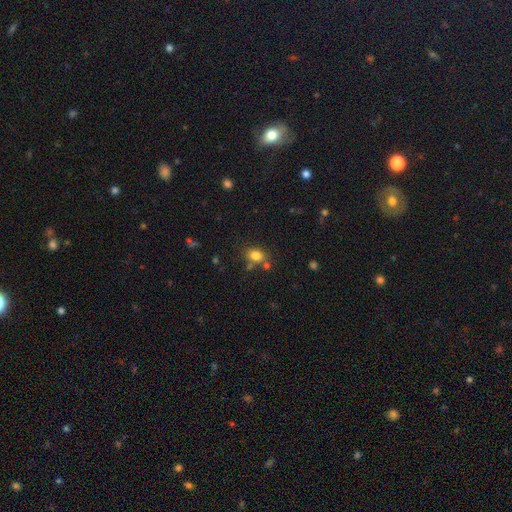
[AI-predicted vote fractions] Morphology: type=smooth (81%); roundness=in between (65%); merging=none (70%).